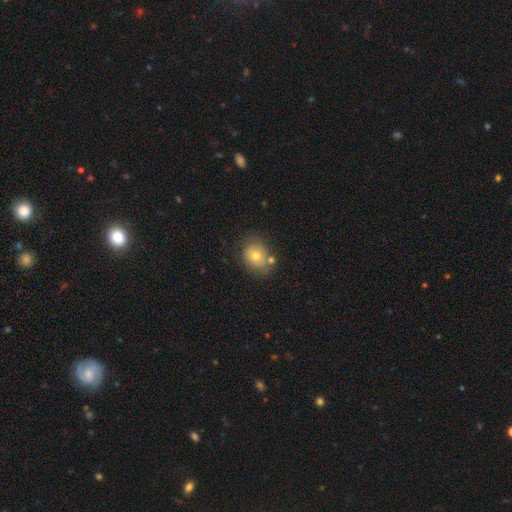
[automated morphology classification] Smooth or featured?
  - smooth: 65% *
  - featured or disk: 25%
  - star or artifact: 10%
How rounded?
  - round: 50% * (tied)
  - in between: 50% * (tied)
  - cigar-shaped: 1%
Merging?
  - none: 66% *
  - minor disturbance: 19%
  - merger: 9%
  - major disturbance: 6%